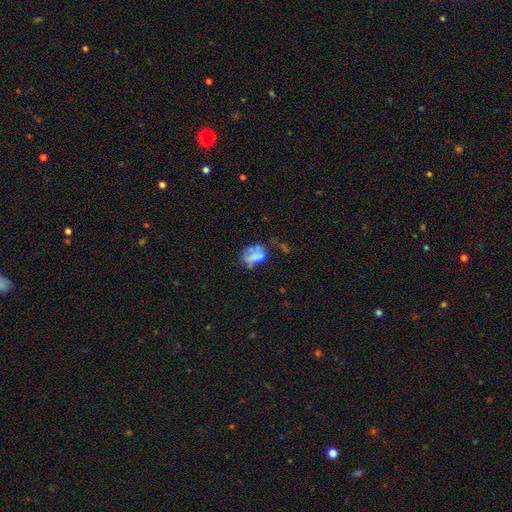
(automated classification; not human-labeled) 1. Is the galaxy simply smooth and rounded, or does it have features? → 56% smooth, 31% featured or disk, 13% star or artifact.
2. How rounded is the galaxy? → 80% in between, 16% round, 4% cigar-shaped.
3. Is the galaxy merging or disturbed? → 32% none, 27% major disturbance, 25% minor disturbance, 17% merger.